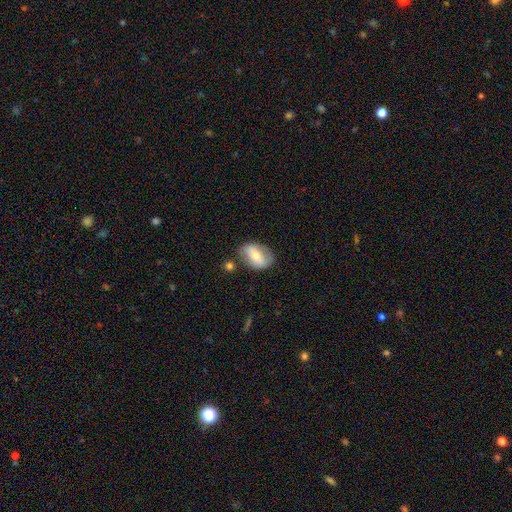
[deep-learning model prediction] Smooth or featured?
  - smooth: 49% *
  - featured or disk: 44%
  - star or artifact: 7%
Merging?
  - none: 67% *
  - minor disturbance: 20%
  - major disturbance: 7%
  - merger: 6%